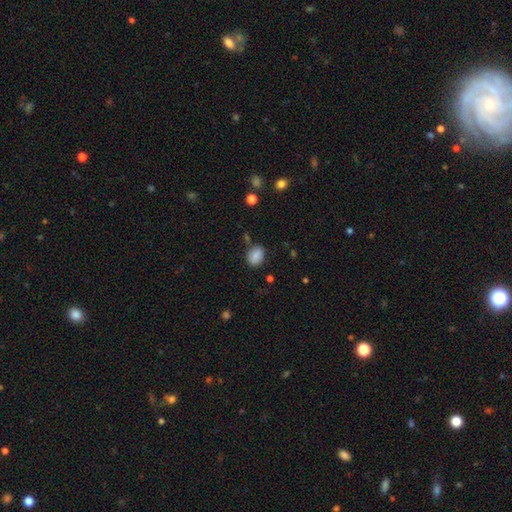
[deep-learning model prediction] This appears to be a smooth galaxy with no disk features (85%) that is in between round and cigar-shaped (65%). Merging: none (74%).